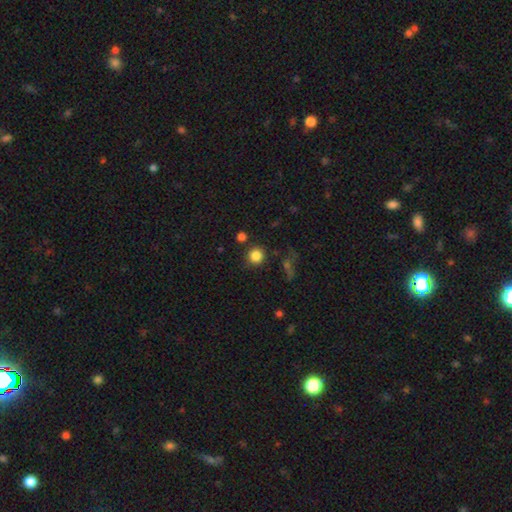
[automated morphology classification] type=smooth (83%); roundness=round (92%); merging=none (84%).